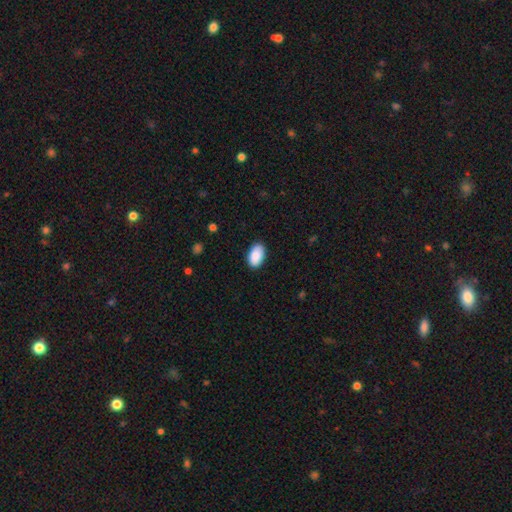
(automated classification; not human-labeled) The model was most divided on "merging": none: 88%, minor disturbance: 9%, major disturbance: 2%, merger: 1%. More confident: how rounded — in between (94%); smooth or featured — smooth (89%).